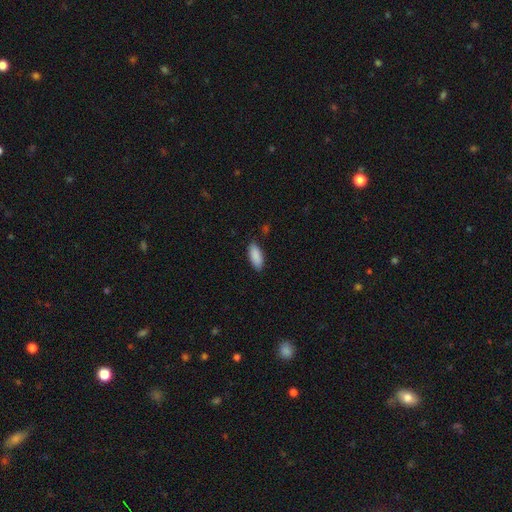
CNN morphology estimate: smooth-or-featured: smooth: 90% | star or artifact: 6% | featured or disk: 4%
  how-rounded: in between: 83% | cigar-shaped: 15% | round: 2%
  merging: none: 85% | minor disturbance: 11% | major disturbance: 2% | merger: 1%